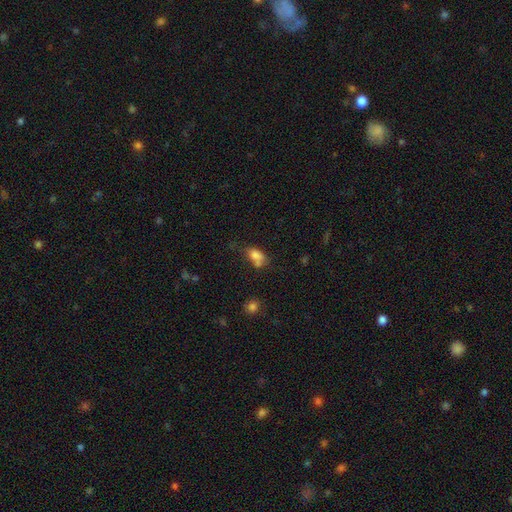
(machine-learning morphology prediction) smooth_or_featured: smooth (p=0.75) [alt: featured or disk p=0.14]
how_rounded: in between (p=0.78) [alt: round p=0.19]
merging: merger (p=0.36) [alt: none p=0.32]